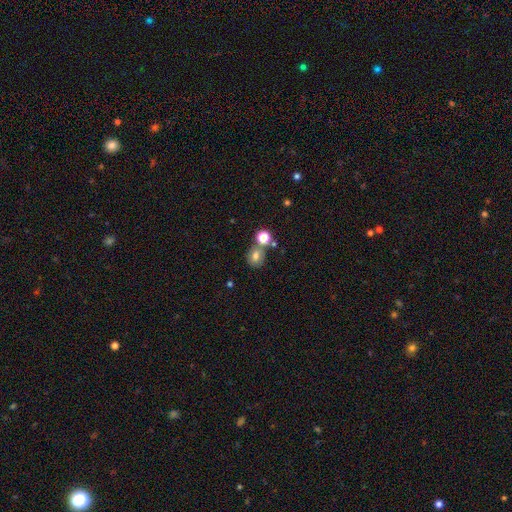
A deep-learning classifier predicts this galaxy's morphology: A smooth galaxy with no disk features (70%) that is round (69%). Merging: none (57%).